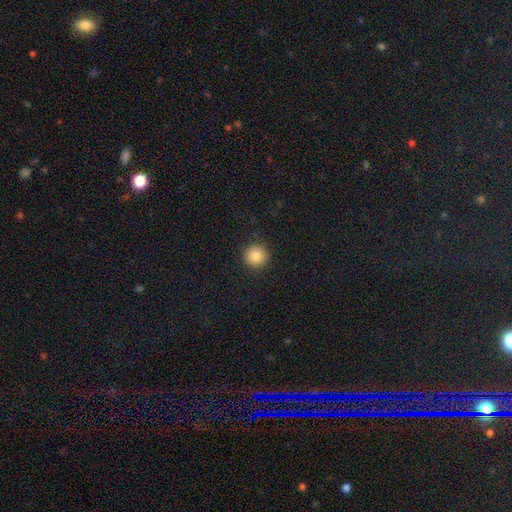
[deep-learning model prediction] Overall: smooth (83%). How rounded: round (95%). Merging: none (91%).